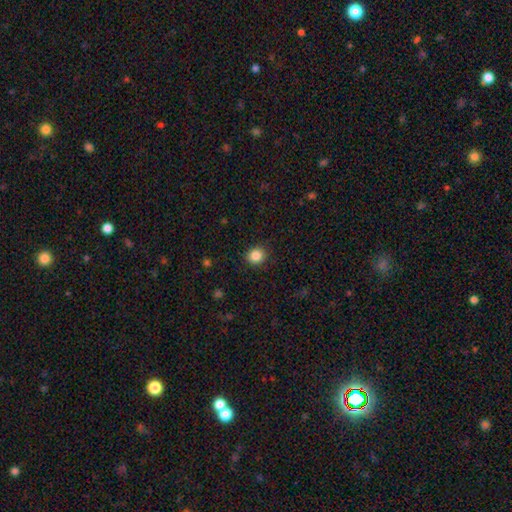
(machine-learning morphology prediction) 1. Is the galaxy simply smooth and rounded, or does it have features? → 86% smooth, 10% star or artifact, 4% featured or disk.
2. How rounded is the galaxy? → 84% round, 15% in between, 1% cigar-shaped.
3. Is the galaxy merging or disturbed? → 90% none, 7% minor disturbance, 2% major disturbance, 1% merger.